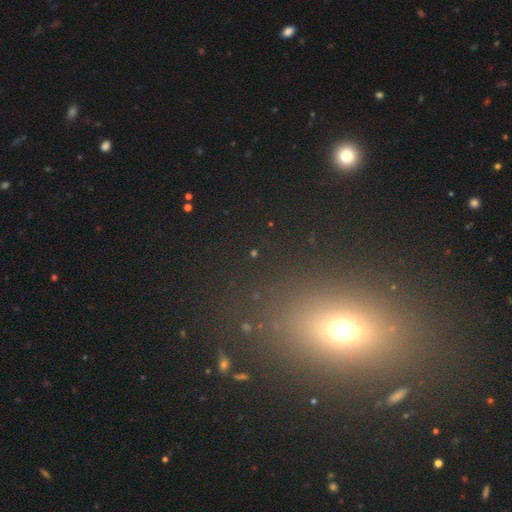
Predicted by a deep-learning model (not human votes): This appears to be a smooth galaxy with no disk features (44%). Merging: none (85%).